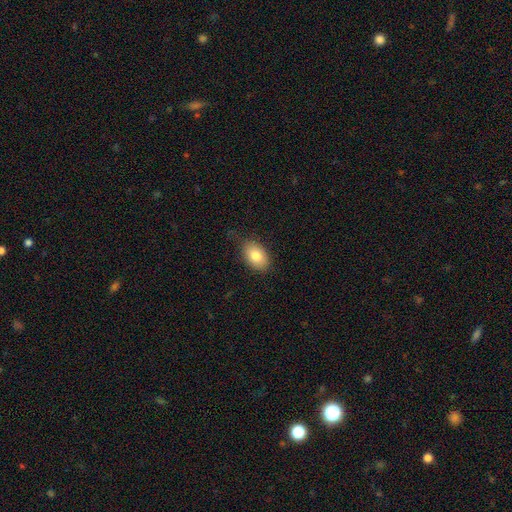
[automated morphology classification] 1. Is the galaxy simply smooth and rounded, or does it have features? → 81% smooth, 11% featured or disk, 8% star or artifact.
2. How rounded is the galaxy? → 85% in between, 14% round, 1% cigar-shaped.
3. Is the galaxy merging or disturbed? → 78% none, 17% minor disturbance, 4% major disturbance, 1% merger.